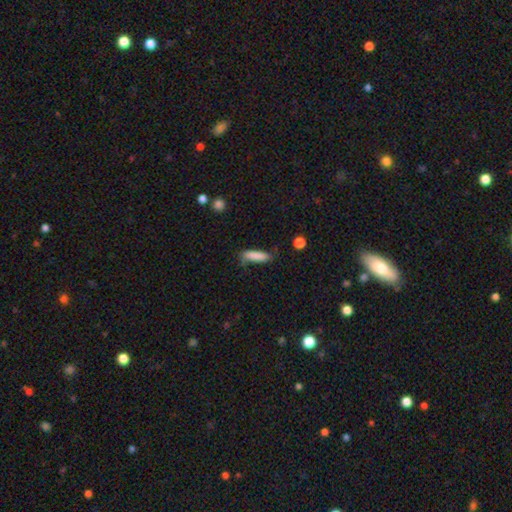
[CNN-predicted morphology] Overall: smooth (84%). How rounded: cigar-shaped (69%). Merging: none (66%).